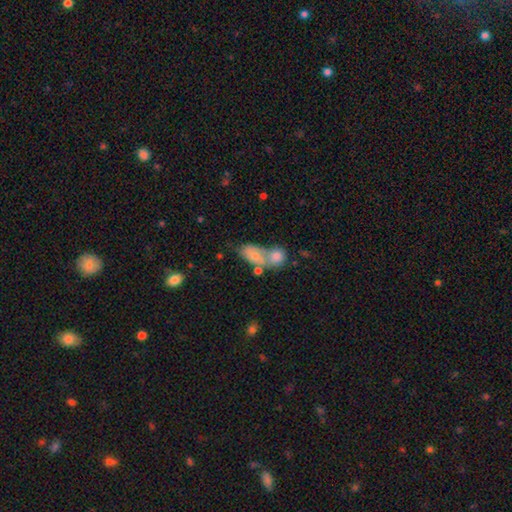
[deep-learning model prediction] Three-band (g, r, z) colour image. It shows a smooth galaxy with no disk features (67%) that is in between round and cigar-shaped (80%). Merging: merger (57%).